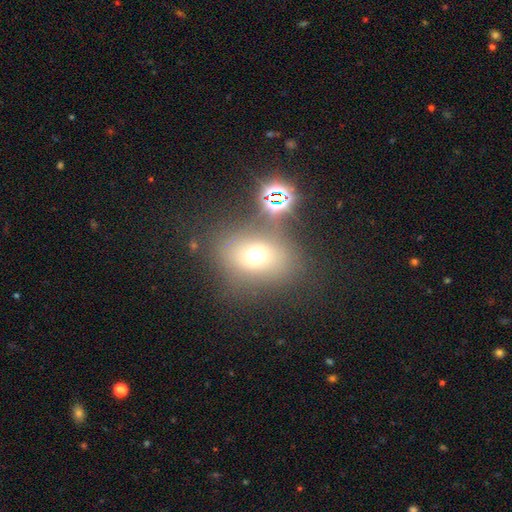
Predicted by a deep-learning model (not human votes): This is likely a smooth galaxy (60%). How rounded: possibly in between (60%). Merging: likely none (67%).